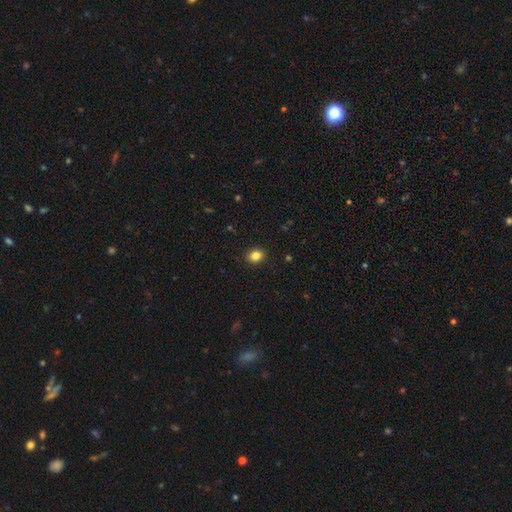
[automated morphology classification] Smooth or featured? Predicted: smooth (p=0.83). How rounded? Predicted: round (p=0.55). Merging? Predicted: none (p=0.90).